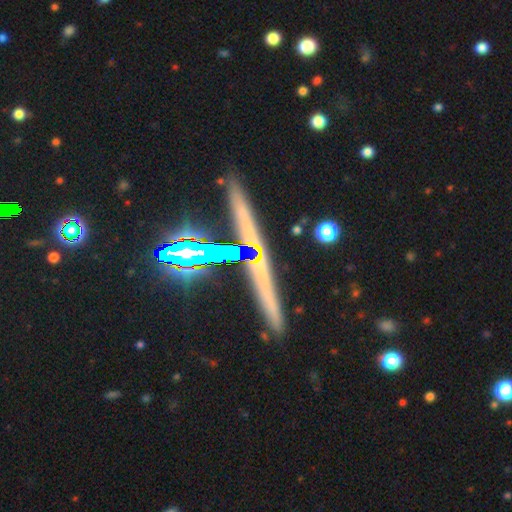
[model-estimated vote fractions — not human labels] Smooth or featured?
  - featured or disk: 40% *
  - star or artifact: 36%
  - smooth: 24%
Merging?
  - none: 73% *
  - merger: 13%
  - minor disturbance: 9%
  - major disturbance: 5%